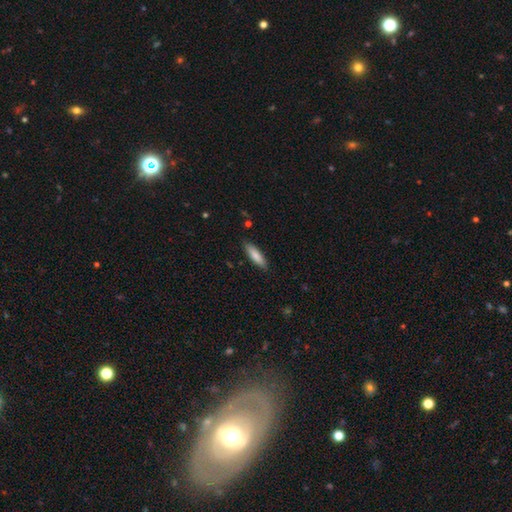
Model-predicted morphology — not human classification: Q: Smooth or featured?
A: smooth (81%); runner-up: featured or disk (13%)
Q: How rounded?
A: cigar-shaped (65%); runner-up: in between (33%)
Q: Merging?
A: none (86%); runner-up: minor disturbance (11%)